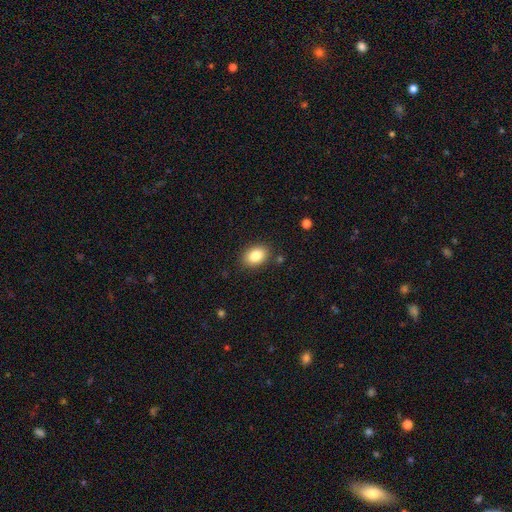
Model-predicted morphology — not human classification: Smooth or featured? Predicted: smooth (p=0.85). How rounded? Predicted: in between (p=0.77). Merging? Predicted: none (p=0.86).